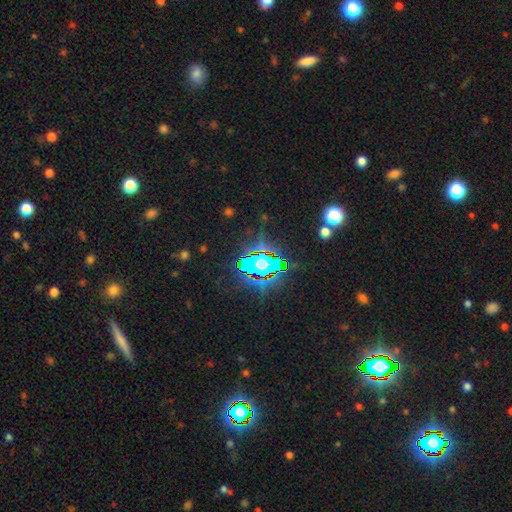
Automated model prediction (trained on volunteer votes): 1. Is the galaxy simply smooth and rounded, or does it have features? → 81% star or artifact, 11% smooth, 8% featured or disk.